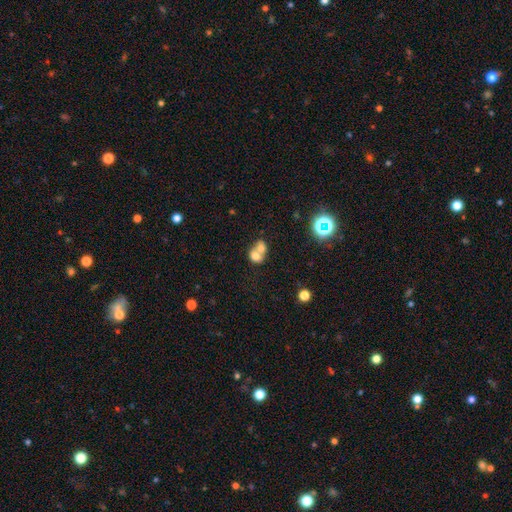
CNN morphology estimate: smooth_or_featured: smooth (p=0.64) [alt: featured or disk p=0.24]
how_rounded: round (p=0.55) [alt: in between p=0.44]
merging: merger (p=0.73) [alt: none p=0.19]